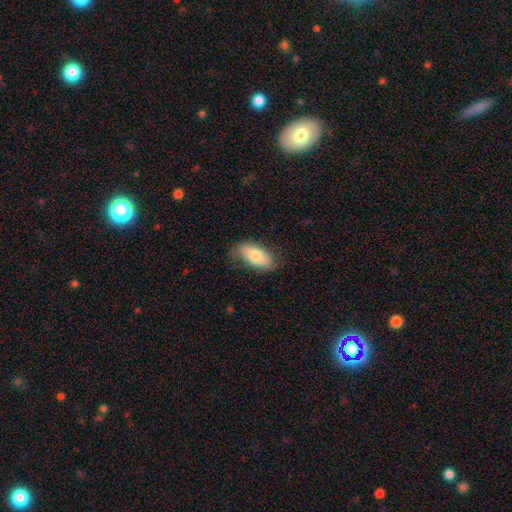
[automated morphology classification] Smooth or featured? Predicted: smooth (p=0.75). How rounded? Predicted: in between (p=0.90). Merging? Predicted: none (p=0.74).